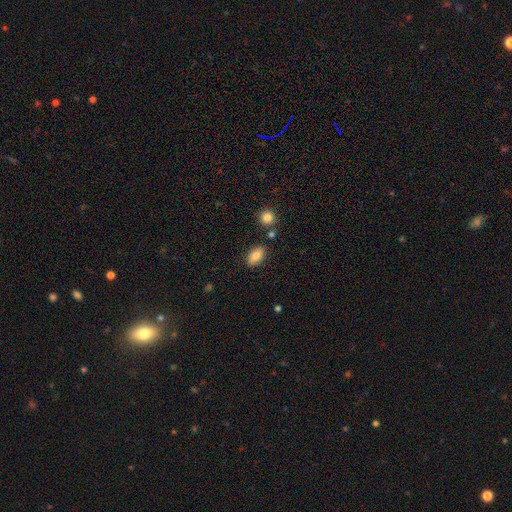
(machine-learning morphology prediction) This is clearly a smooth galaxy (82%). How rounded: clearly in between (89%). Merging: clearly none (83%).